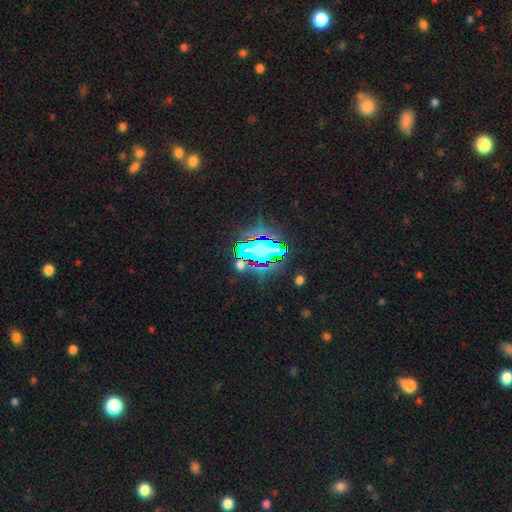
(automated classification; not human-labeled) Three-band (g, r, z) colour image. It shows a star or artifact, not a galaxy (57%).